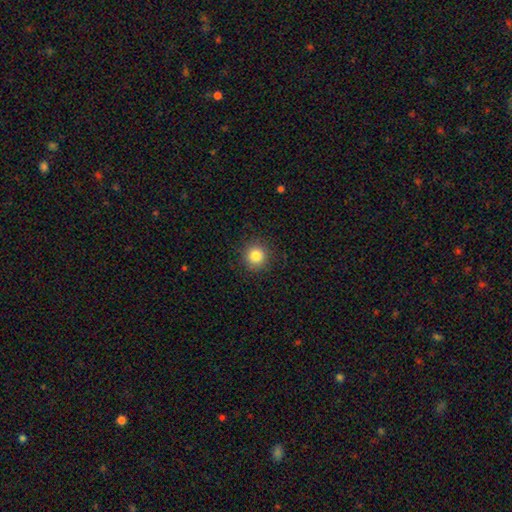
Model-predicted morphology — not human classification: Smooth or featured: smooth — 84% (star or artifact — 11%)
How rounded: round — 93% (in between — 6%)
Merging: none — 90% (minor disturbance — 7%)